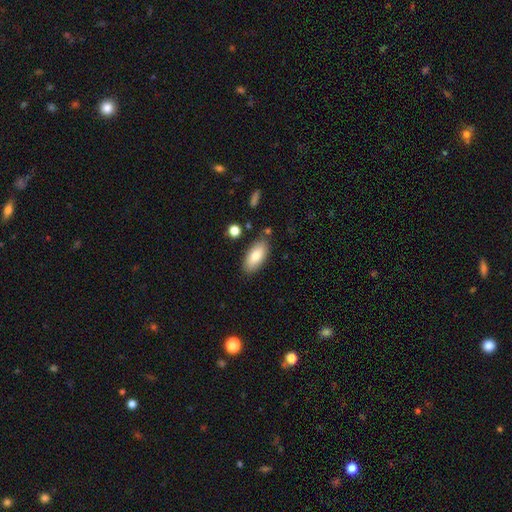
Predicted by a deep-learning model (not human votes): Q: Smooth or featured?
A: smooth (80%); runner-up: featured or disk (14%)
Q: How rounded?
A: in between (88%); runner-up: cigar-shaped (9%)
Q: Merging?
A: none (82%); runner-up: minor disturbance (12%)